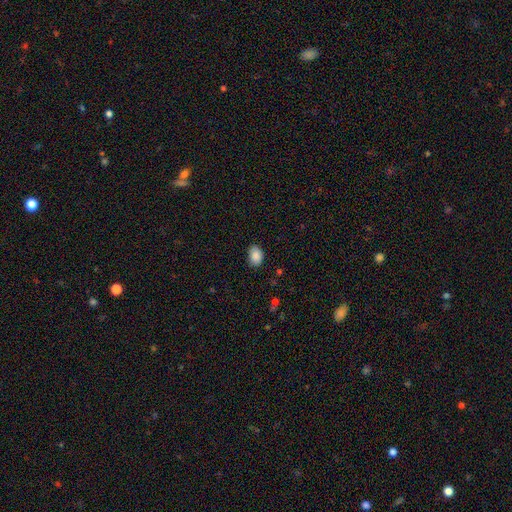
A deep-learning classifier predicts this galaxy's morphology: Overall: smooth (87%). How rounded: in between (78%). Merging: none (80%).